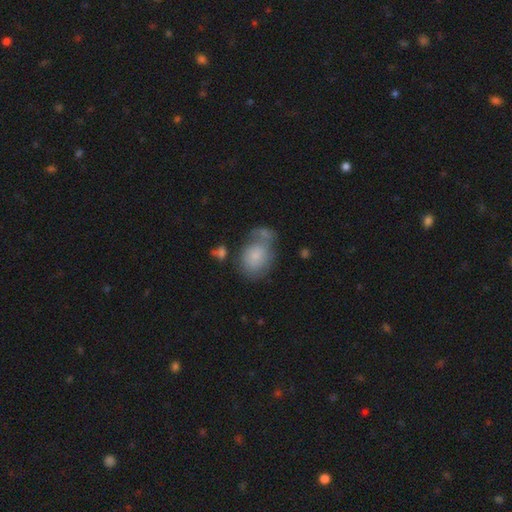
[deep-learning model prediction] The model was most divided on "merging": none: 38%, merger: 28%, minor disturbance: 21%, major disturbance: 12%. More confident: smooth or featured — smooth (74%); how rounded — in between (61%).